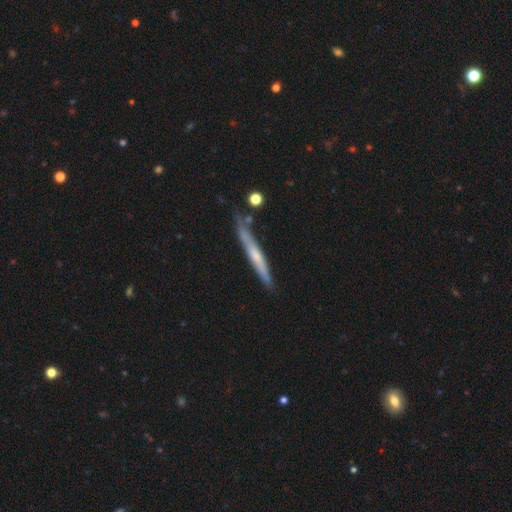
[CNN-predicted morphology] Overall: featured or disk (53%; smooth 41%). Edge-on disk: yes (92%). Merging: none (74%).